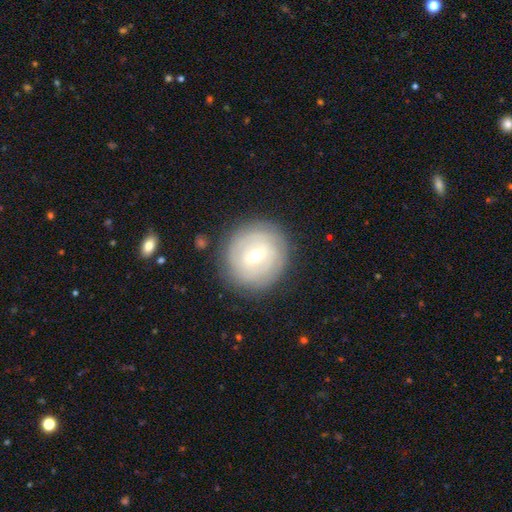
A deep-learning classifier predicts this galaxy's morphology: smooth-or-featured: featured or disk: 62% | smooth: 31% | star or artifact: 7%
  disk-edge-on: no: 95% | yes: 5%
    bar: weak: 55% | no: 23% | strong: 23%
    has-spiral-arms: yes: 59% | no: 41%
    bulge-size: moderate: 62% | small: 33% | large: 3% | dominant: 1% | none: 1%
  merging: none: 84% | minor disturbance: 10% | major disturbance: 4% | merger: 1%